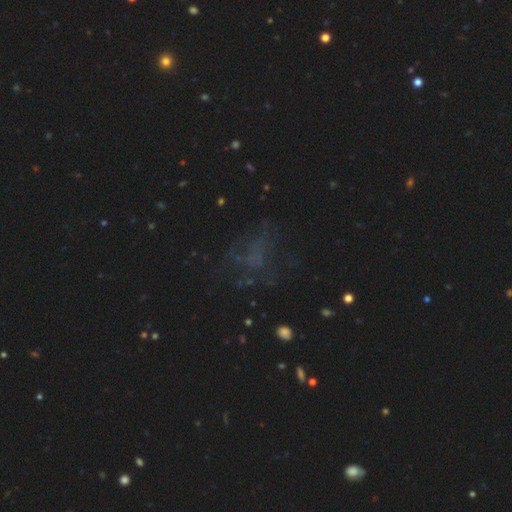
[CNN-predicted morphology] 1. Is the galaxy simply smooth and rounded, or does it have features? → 36% star or artifact, 35% featured or disk, 29% smooth.